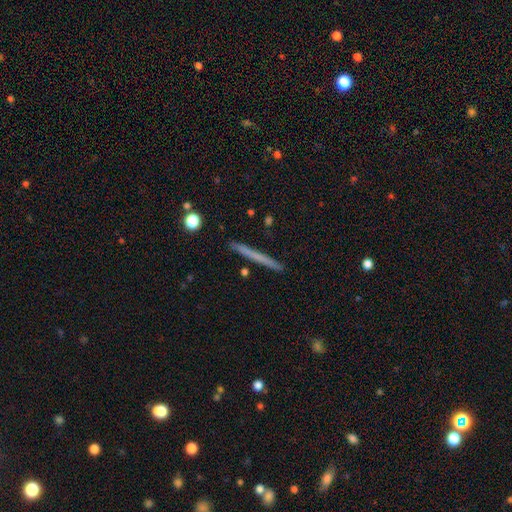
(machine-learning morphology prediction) Smooth or featured? Predicted: smooth (p=0.53). How rounded? Predicted: cigar-shaped (p=0.97). Merging? Predicted: none (p=0.92).